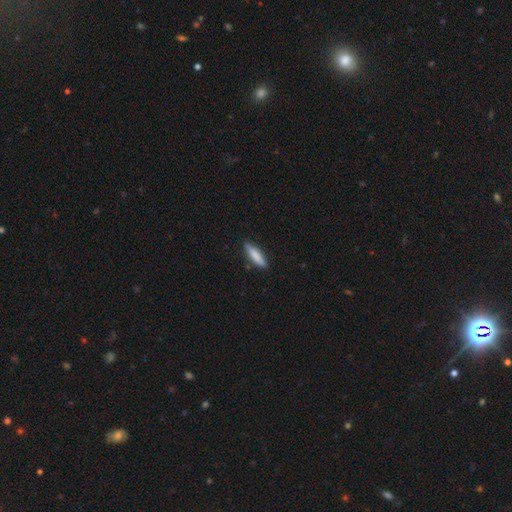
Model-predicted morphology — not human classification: Smooth or featured? Predicted: smooth (p=0.81). How rounded? Predicted: cigar-shaped (p=0.75). Merging? Predicted: none (p=0.84).